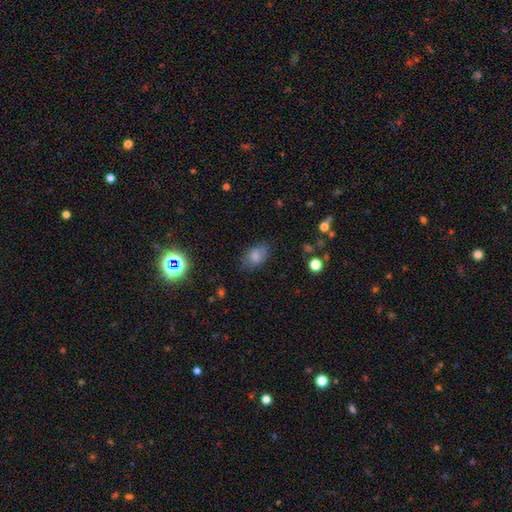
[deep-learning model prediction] Smooth or featured? Predicted: smooth (p=0.74). How rounded? Predicted: in between (p=0.86). Merging? Predicted: none (p=0.73).